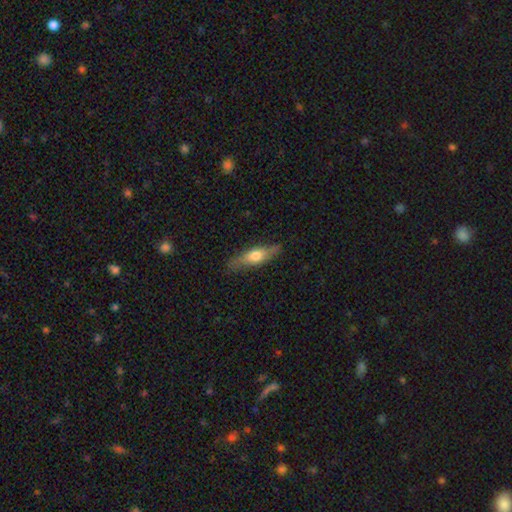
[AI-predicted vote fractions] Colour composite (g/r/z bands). It shows a smooth galaxy with no disk features (53%) that is cigar-shaped (60%). Merging: none (81%).